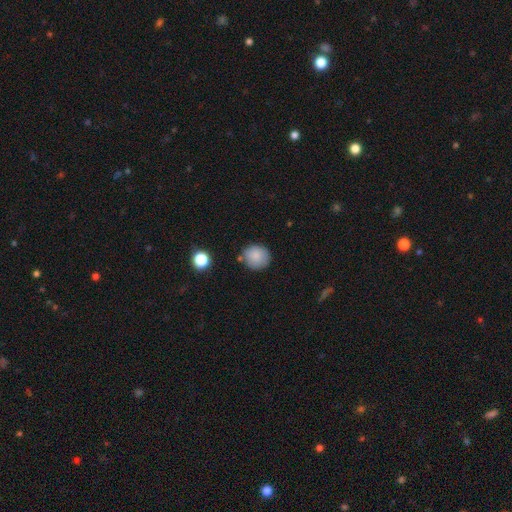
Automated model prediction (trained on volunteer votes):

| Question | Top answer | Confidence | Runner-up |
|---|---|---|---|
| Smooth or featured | smooth | 85% | star or artifact (8%) |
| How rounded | round | 89% | in between (10%) |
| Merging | none | 78% | minor disturbance (14%) |